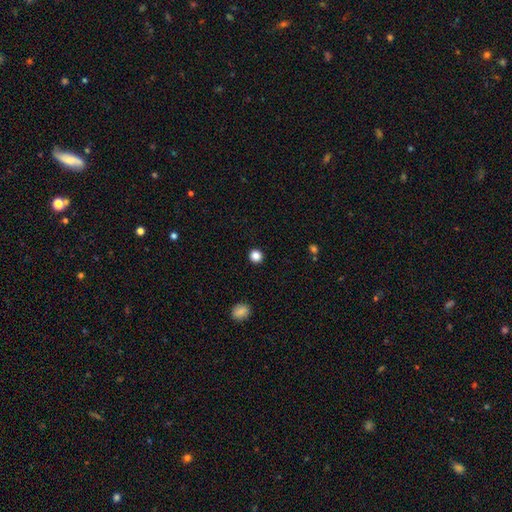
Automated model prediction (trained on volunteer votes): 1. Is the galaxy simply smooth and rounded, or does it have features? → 85% smooth, 11% star or artifact, 4% featured or disk.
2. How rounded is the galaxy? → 94% round, 5% in between, 1% cigar-shaped.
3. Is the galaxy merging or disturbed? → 93% none, 4% minor disturbance, 2% major disturbance, 1% merger.